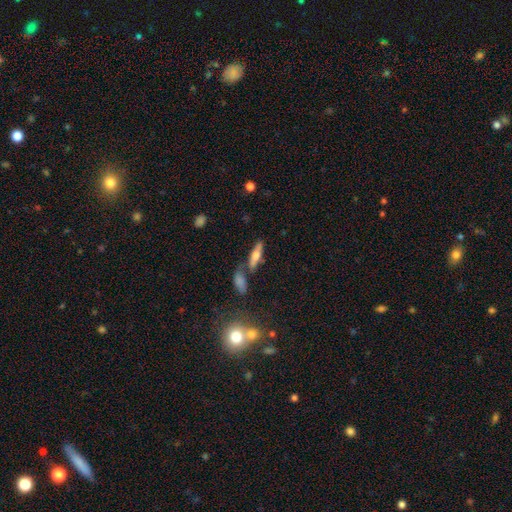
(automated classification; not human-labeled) Smooth or featured?
  - smooth: 55% *
  - featured or disk: 36%
  - star or artifact: 9%
How rounded?
  - cigar-shaped: 57% *
  - in between: 40%
  - round: 3%
Merging?
  - none: 59% *
  - merger: 21%
  - minor disturbance: 14%
  - major disturbance: 5%